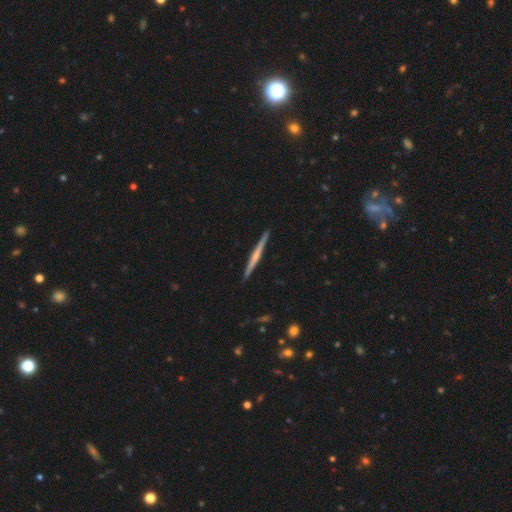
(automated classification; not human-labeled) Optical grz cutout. It shows a featured or disk galaxy (62%) viewed edge-on (98%) with no central bulge (51%). Merging: none (92%).